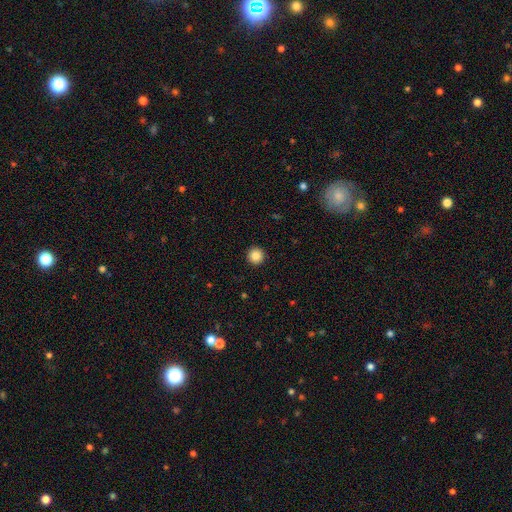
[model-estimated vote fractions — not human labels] Q: Smooth or featured?
A: smooth (86%); runner-up: star or artifact (10%)
Q: How rounded?
A: round (96%); runner-up: in between (3%)
Q: Merging?
A: none (94%); runner-up: minor disturbance (4%)